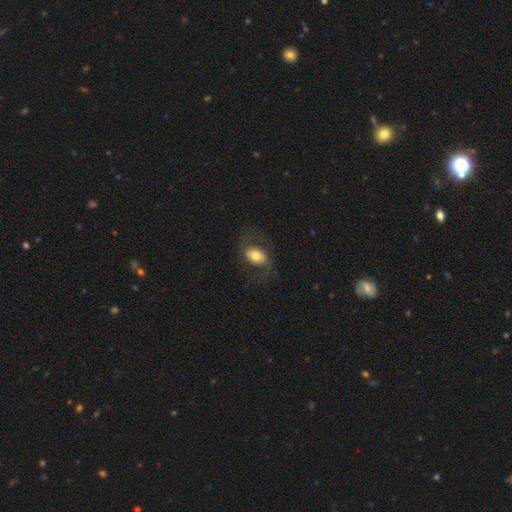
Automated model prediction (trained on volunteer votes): smooth_or_featured: smooth (p=0.54) [alt: featured or disk p=0.38]
how_rounded: in between (p=0.81) [alt: round p=0.17]
merging: none (p=0.64) [alt: minor disturbance p=0.17]